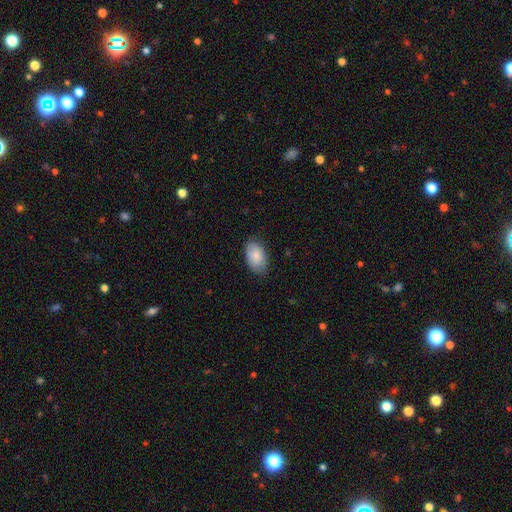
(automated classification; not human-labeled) Smooth or featured? smooth (82%)
How rounded? in between (93%)
Merging? none (79%)